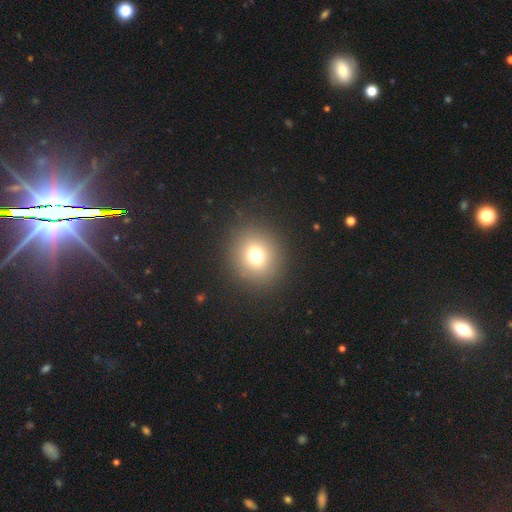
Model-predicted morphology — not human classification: Smooth or featured: smooth — 73% (star or artifact — 17%)
How rounded: round — 83% (in between — 16%)
Merging: none — 89% (minor disturbance — 6%)